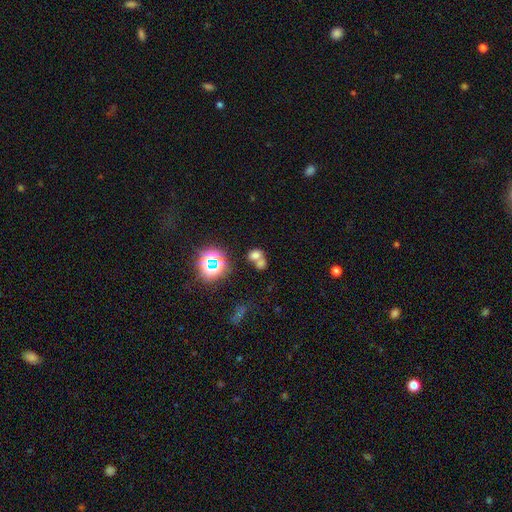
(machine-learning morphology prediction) Q: Smooth or featured?
A: smooth (60%); runner-up: star or artifact (25%)
Q: How rounded?
A: in between (54%); runner-up: round (45%)
Q: Merging?
A: merger (58%); runner-up: none (31%)